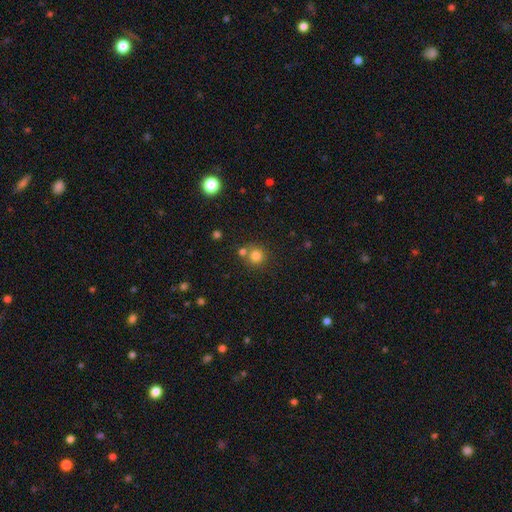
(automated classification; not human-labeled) Smooth or featured?
  - smooth: 80% *
  - star or artifact: 13%
  - featured or disk: 6%
How rounded?
  - round: 92% *
  - in between: 7%
  - cigar-shaped: 1%
Merging?
  - none: 69% *
  - merger: 20%
  - minor disturbance: 8%
  - major disturbance: 3%